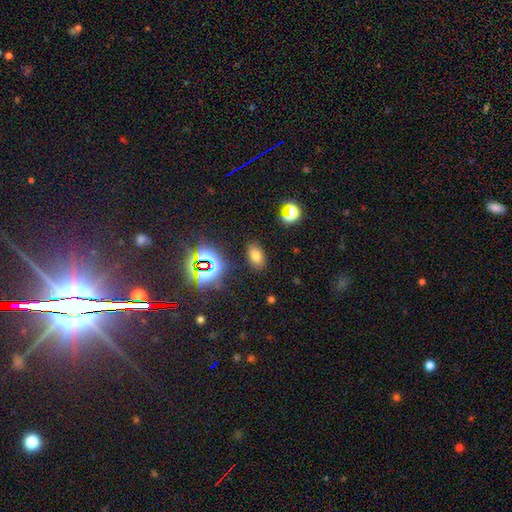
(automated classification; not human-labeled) Q: Smooth or featured?
A: smooth (69%); runner-up: star or artifact (23%)
Q: How rounded?
A: in between (88%); runner-up: round (10%)
Q: Merging?
A: none (86%); runner-up: minor disturbance (9%)